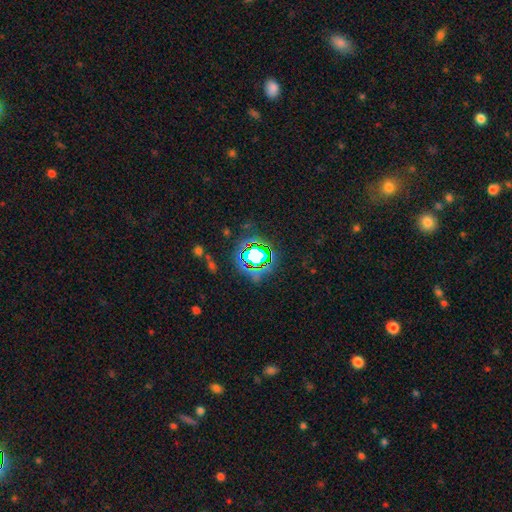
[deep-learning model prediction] This is likely a star or artifact rather than a galaxy (67%).